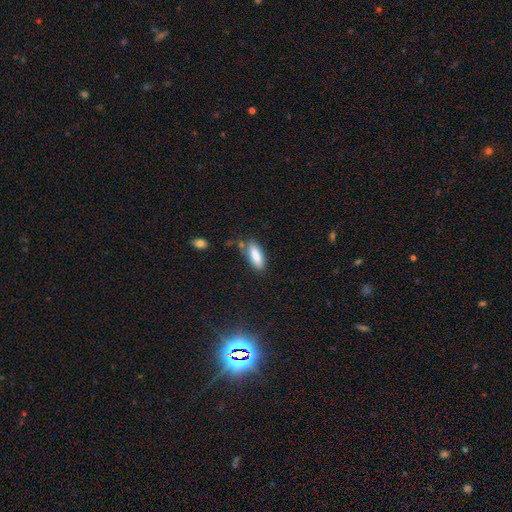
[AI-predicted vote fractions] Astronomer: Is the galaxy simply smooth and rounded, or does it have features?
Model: smooth — 84%.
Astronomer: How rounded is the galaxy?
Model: in between — 65%.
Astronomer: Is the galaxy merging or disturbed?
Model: none — 70%.